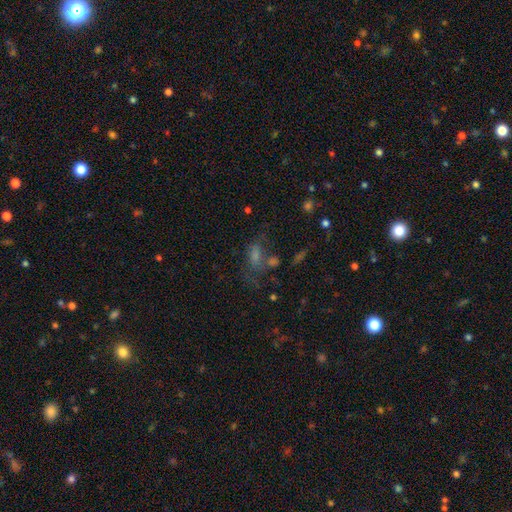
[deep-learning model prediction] This is marginally a smooth galaxy (38%). Merging: marginally none (42%).